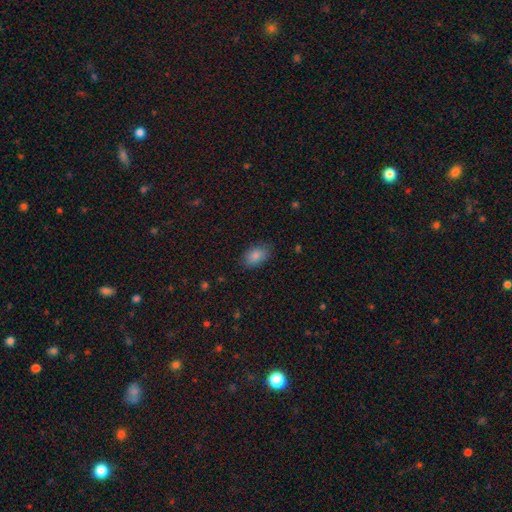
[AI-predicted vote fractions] A smooth galaxy with no disk features (84%) that is in between round and cigar-shaped (90%). Merging: none (82%).